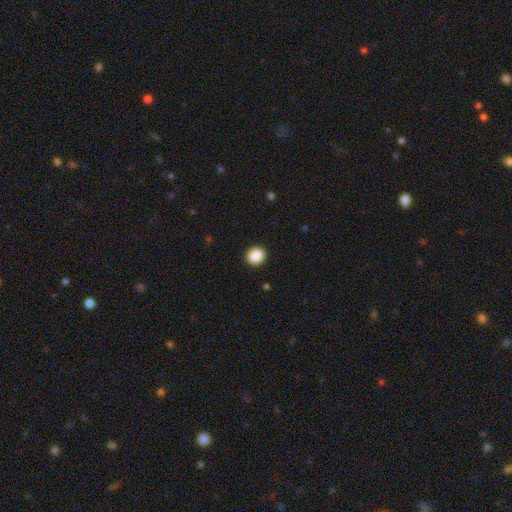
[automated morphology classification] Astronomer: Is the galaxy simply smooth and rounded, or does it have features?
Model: smooth — 89%.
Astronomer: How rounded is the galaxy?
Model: round — 78%.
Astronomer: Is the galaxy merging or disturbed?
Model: none — 92%.